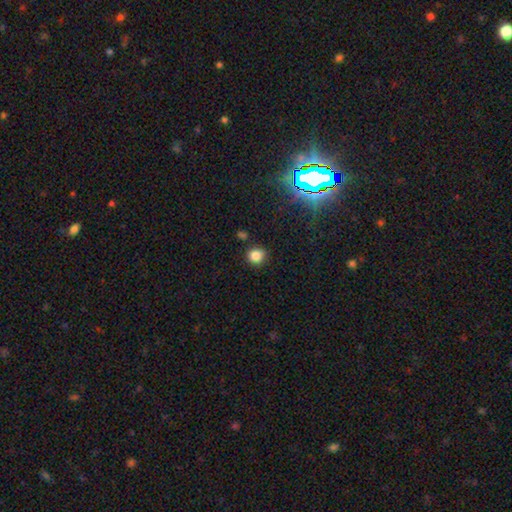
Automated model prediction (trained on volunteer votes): Smooth or featured: smooth — 82% (star or artifact — 13%)
How rounded: round — 88% (in between — 11%)
Merging: none — 85% (minor disturbance — 9%)